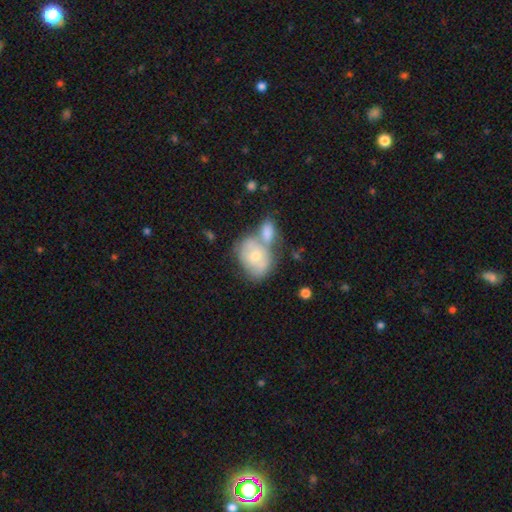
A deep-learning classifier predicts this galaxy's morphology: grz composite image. It shows a smooth galaxy with no disk features (56%) that is in between round and cigar-shaped (60%). Merging: merger (52%).